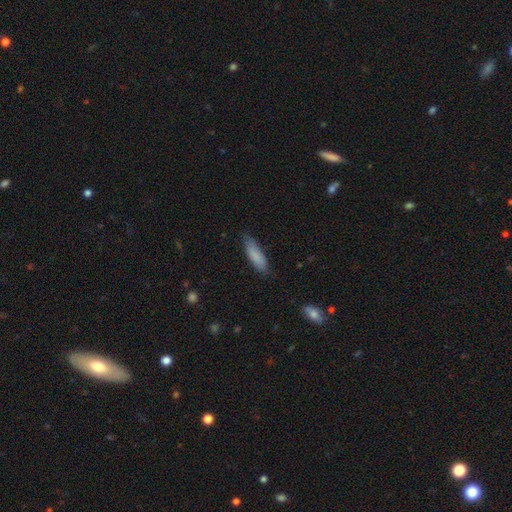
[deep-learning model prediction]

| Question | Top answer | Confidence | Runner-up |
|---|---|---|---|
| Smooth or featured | smooth | 85% | featured or disk (9%) |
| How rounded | cigar-shaped | 54% | in between (44%) |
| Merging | none | 77% | minor disturbance (19%) |